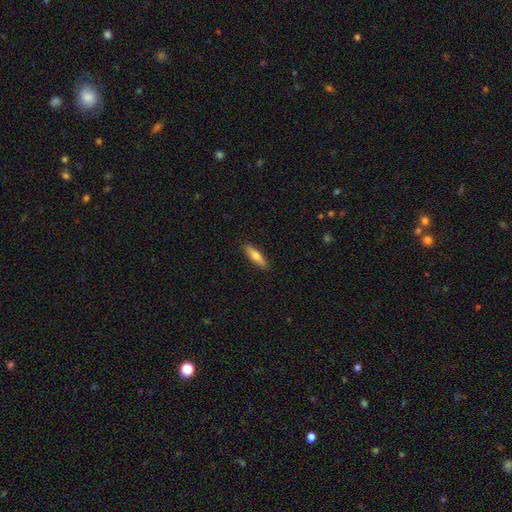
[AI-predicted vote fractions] Smooth or featured?
  - smooth: 65% *
  - featured or disk: 29%
  - star or artifact: 6%
How rounded?
  - cigar-shaped: 67% *
  - in between: 31%
  - round: 2%
Merging?
  - none: 90% *
  - minor disturbance: 7%
  - major disturbance: 2%
  - merger: 1%